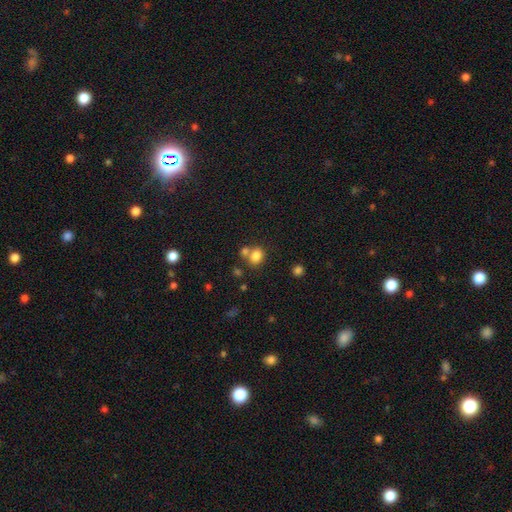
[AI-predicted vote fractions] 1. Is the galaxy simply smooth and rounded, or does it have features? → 81% smooth, 11% star or artifact, 8% featured or disk.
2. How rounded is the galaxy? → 53% round, 46% in between, 1% cigar-shaped.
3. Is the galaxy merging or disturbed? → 54% none, 32% merger, 11% minor disturbance, 4% major disturbance.